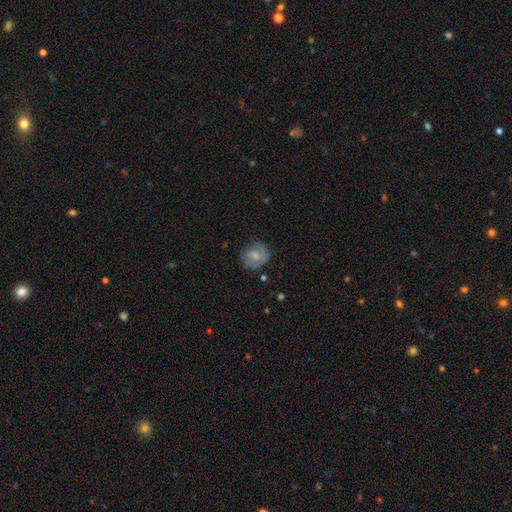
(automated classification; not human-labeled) Q: Smooth or featured?
A: smooth (58%); runner-up: featured or disk (35%)
Q: How rounded?
A: round (77%); runner-up: in between (22%)
Q: Merging?
A: none (71%); runner-up: minor disturbance (21%)